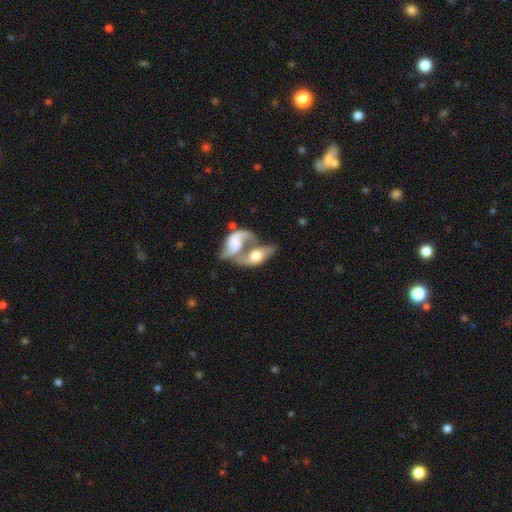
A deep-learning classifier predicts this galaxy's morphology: Q: Smooth or featured?
A: featured or disk (61%); runner-up: smooth (32%)
Q: Edge-on disk?
A: no (87%); runner-up: yes (13%)
Q: Bar?
A: no (73%); runner-up: weak (20%)
Q: Spiral arms?
A: yes (61%); runner-up: no (39%)
Q: Bulge size?
A: moderate (35%); runner-up: large (34%)
Q: Merging?
A: merger (73%); runner-up: major disturbance (12%)